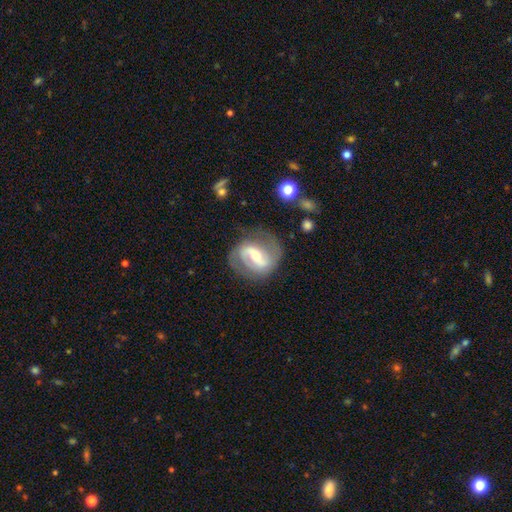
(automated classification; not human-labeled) Q: Smooth or featured?
A: featured or disk (83%); runner-up: smooth (11%)
Q: Edge-on disk?
A: no (97%); runner-up: yes (3%)
Q: Bar?
A: strong (46%); runner-up: weak (38%)
Q: Spiral arms?
A: yes (90%); runner-up: no (10%)
Q: Spiral winding?
A: medium (47%); runner-up: tight (28%)
Q: Spiral arm count?
A: 2 (85%); runner-up: can't tell (7%)
Q: Bulge size?
A: moderate (57%); runner-up: small (37%)
Q: Merging?
A: none (73%); runner-up: minor disturbance (17%)